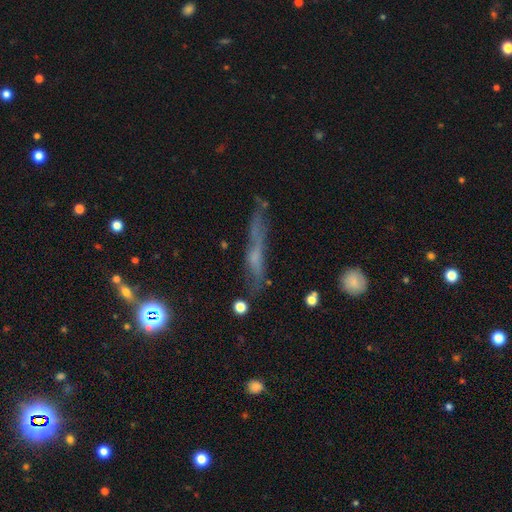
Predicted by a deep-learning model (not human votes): This is possibly a featured or disk galaxy (46%). Merging: possibly none (58%).